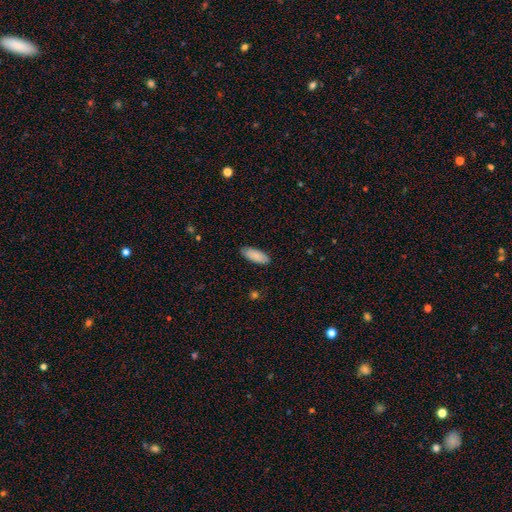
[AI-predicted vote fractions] Smooth or featured?
  - smooth: 89% *
  - star or artifact: 6%
  - featured or disk: 5%
How rounded?
  - in between: 80% *
  - cigar-shaped: 18%
  - round: 2%
Merging?
  - none: 87% *
  - minor disturbance: 10%
  - major disturbance: 2%
  - merger: 1%